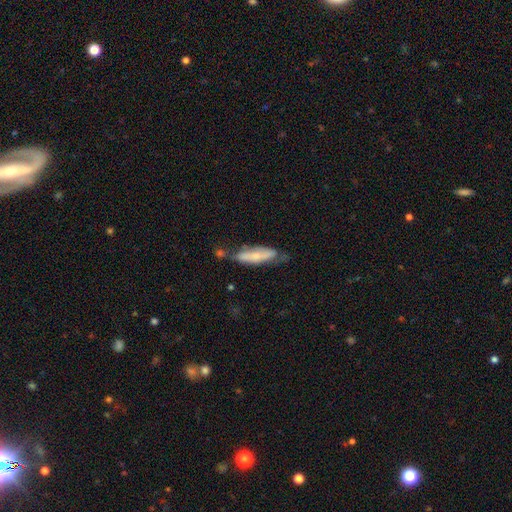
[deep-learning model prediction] Smooth or featured? smooth (52%)
How rounded? cigar-shaped (62%)
Merging? none (47%)